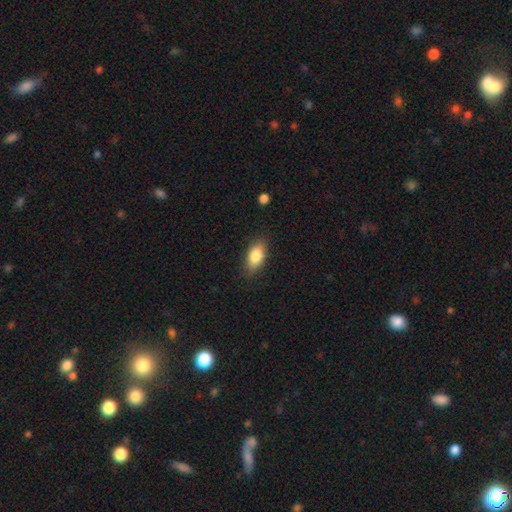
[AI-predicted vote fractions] Overall: smooth (84%). How rounded: in between (88%). Merging: none (83%).